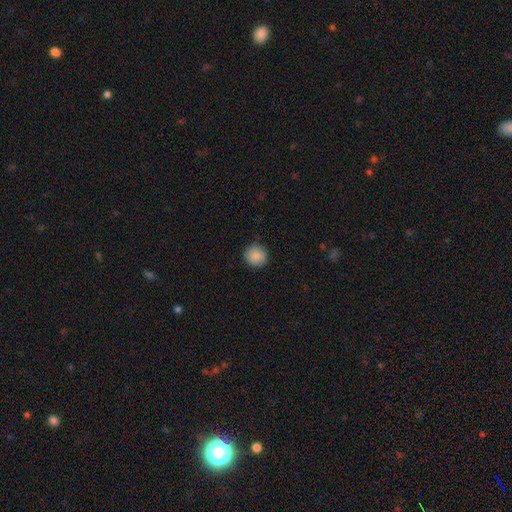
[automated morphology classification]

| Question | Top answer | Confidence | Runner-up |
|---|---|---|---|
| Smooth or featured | smooth | 89% | star or artifact (8%) |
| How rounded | round | 93% | in between (6%) |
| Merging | none | 91% | minor disturbance (7%) |